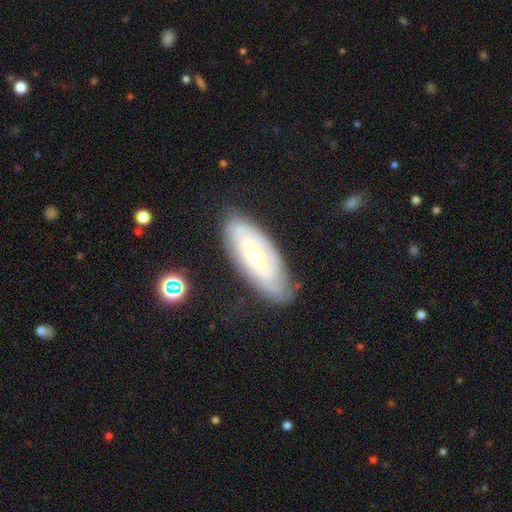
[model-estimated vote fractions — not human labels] smooth_or_featured: featured or disk (p=0.67) [alt: smooth p=0.26]
disk_edge_on: no (p=0.85) [alt: yes p=0.15]
bar: no (p=0.66) [alt: weak p=0.26]
has_spiral_arms: yes (p=0.73) [alt: no p=0.27]
bulge_size: moderate (p=0.56) [alt: small p=0.39]
merging: none (p=0.75) [alt: minor disturbance p=0.19]